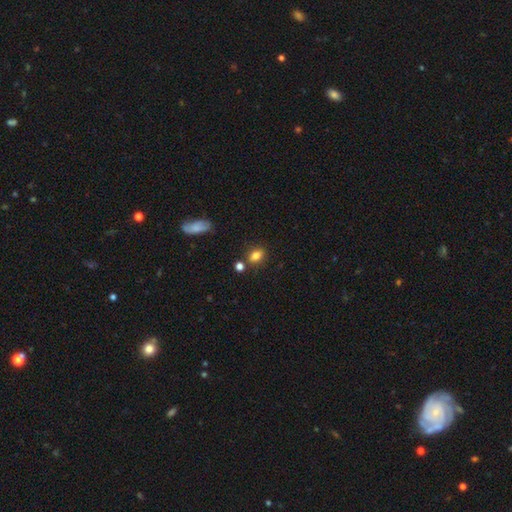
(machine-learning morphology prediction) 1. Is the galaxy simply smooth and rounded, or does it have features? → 81% smooth, 11% star or artifact, 8% featured or disk.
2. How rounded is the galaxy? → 71% in between, 25% round, 3% cigar-shaped.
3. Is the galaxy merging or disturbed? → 72% none, 14% minor disturbance, 10% merger, 4% major disturbance.